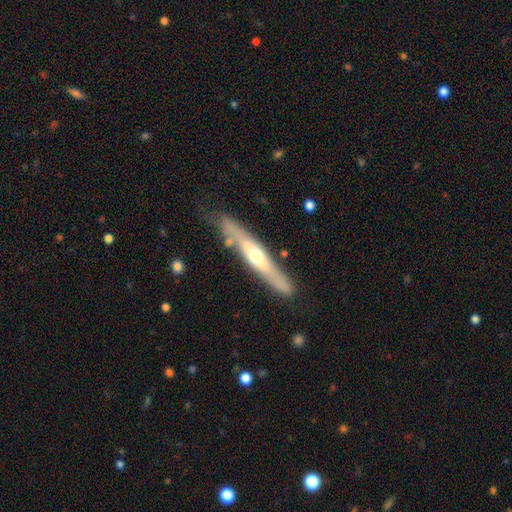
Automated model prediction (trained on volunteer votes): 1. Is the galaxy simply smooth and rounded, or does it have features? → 63% featured or disk, 32% smooth, 5% star or artifact.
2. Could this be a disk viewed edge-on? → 83% yes, 17% no.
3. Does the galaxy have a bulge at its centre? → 83% rounded, 14% none, 4% boxy.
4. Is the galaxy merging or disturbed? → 77% none, 16% minor disturbance, 4% major disturbance, 3% merger.